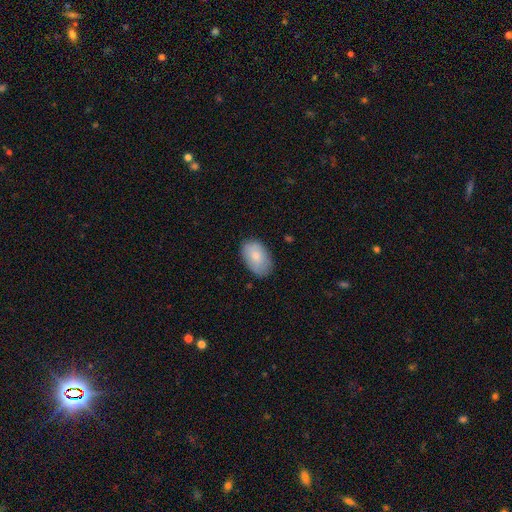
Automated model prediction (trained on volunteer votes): smooth_or_featured: smooth (p=0.80) [alt: featured or disk p=0.14]
how_rounded: in between (p=0.91) [alt: round p=0.08]
merging: none (p=0.79) [alt: minor disturbance p=0.17]